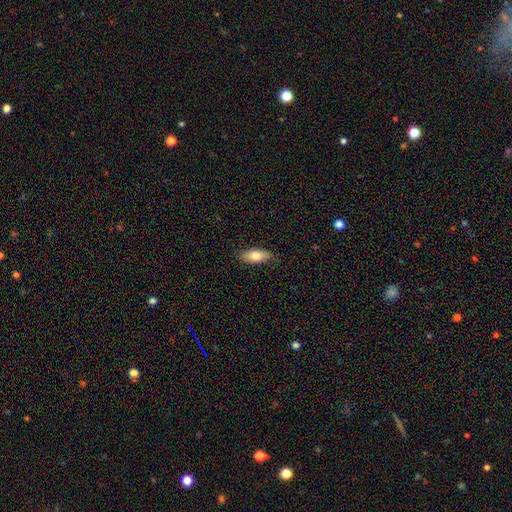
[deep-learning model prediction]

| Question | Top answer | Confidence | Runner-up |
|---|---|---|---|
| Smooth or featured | smooth | 78% | featured or disk (15%) |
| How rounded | in between | 81% | cigar-shaped (16%) |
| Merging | none | 83% | minor disturbance (13%) |